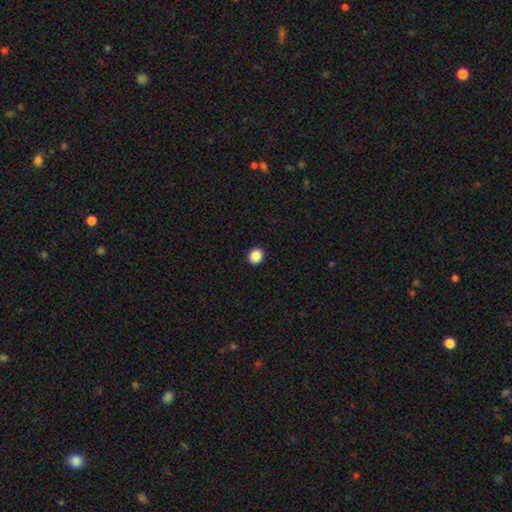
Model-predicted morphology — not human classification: smooth_or_featured: smooth (p=0.88) [alt: star or artifact p=0.09]
how_rounded: round (p=0.77) [alt: in between p=0.22]
merging: none (p=0.92) [alt: minor disturbance p=0.05]